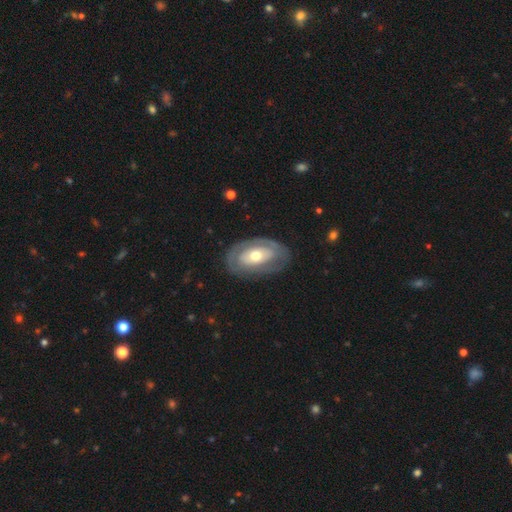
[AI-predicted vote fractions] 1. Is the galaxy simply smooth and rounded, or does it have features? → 61% featured or disk, 34% smooth, 5% star or artifact.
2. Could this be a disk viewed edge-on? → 91% no, 9% yes.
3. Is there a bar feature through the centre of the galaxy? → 80% no, 13% weak, 6% strong.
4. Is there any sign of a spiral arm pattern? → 68% no, 32% yes.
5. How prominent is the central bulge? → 68% moderate, 18% small, 12% large, 1% dominant, 1% none.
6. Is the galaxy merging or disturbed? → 77% none, 15% minor disturbance, 7% major disturbance, 1% merger.